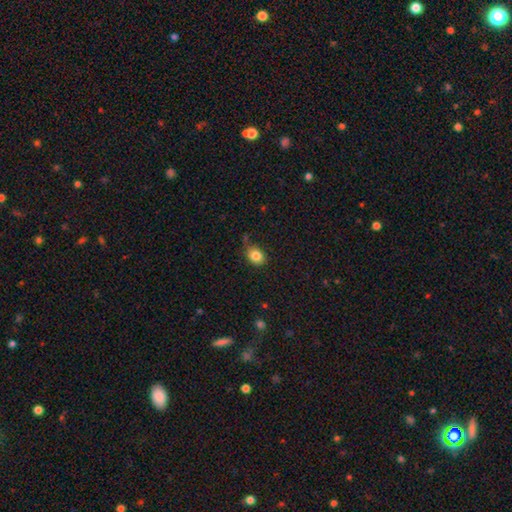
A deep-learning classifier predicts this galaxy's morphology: smooth_or_featured: smooth (p=0.84) [alt: star or artifact p=0.10]
how_rounded: round (p=0.51) [alt: in between p=0.48]
merging: none (p=0.74) [alt: minor disturbance p=0.18]